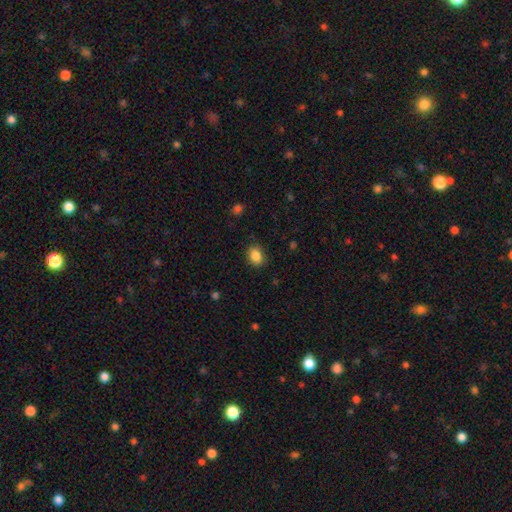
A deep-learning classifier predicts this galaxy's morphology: A smooth galaxy with no disk features (86%) that is in between round and cigar-shaped (61%).

Vote fractions:
- Smooth or featured? smooth: 86% / star or artifact: 9% / featured or disk: 5%
- How rounded? in between: 61% / round: 38% / cigar-shaped: 1%
- Merging? none: 84% / minor disturbance: 12% / major disturbance: 3% / merger: 1%